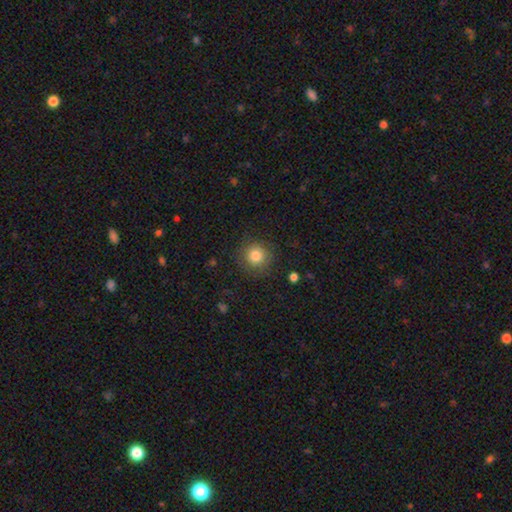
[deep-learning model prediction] Morphology: type=smooth (81%); roundness=round (94%); merging=none (85%).